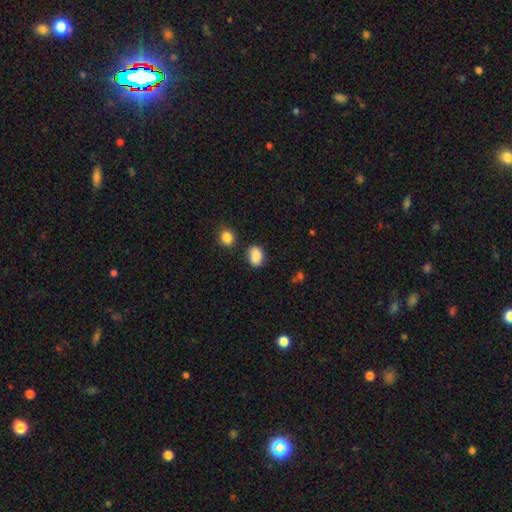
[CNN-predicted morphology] Overall: smooth (85%). How rounded: in between (64%; round 35%). Merging: none (75%).